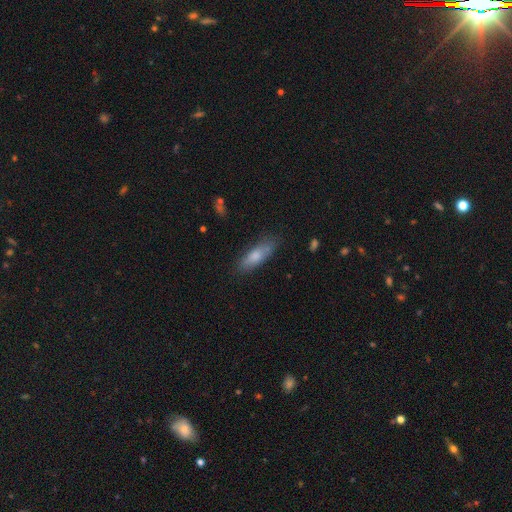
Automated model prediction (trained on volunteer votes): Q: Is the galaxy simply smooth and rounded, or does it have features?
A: smooth — 75%.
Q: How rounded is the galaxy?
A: in between — 55%.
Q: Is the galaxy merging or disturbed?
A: none — 73%.